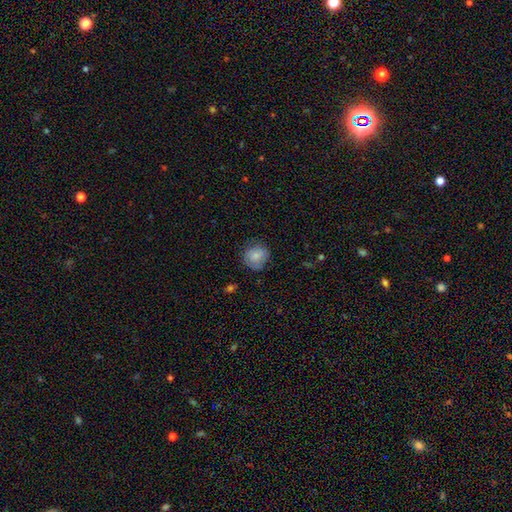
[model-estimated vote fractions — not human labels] Overall: smooth (78%). How rounded: round (82%). Merging: none (72%).